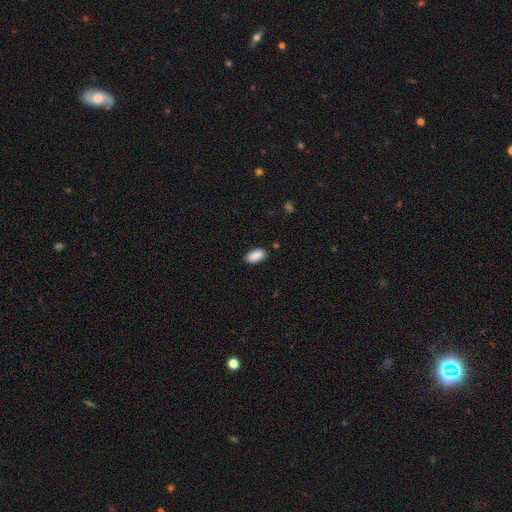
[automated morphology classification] Smooth or featured?
  - smooth: 89% *
  - star or artifact: 7%
  - featured or disk: 4%
How rounded?
  - in between: 93% *
  - cigar-shaped: 5%
  - round: 2%
Merging?
  - none: 87% *
  - minor disturbance: 10%
  - major disturbance: 2%
  - merger: 1%